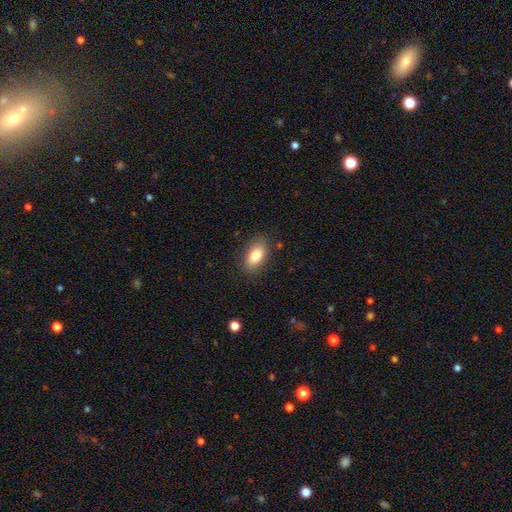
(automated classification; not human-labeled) Smooth or featured? Predicted: smooth (p=0.81). How rounded? Predicted: in between (p=0.88). Merging? Predicted: none (p=0.85).